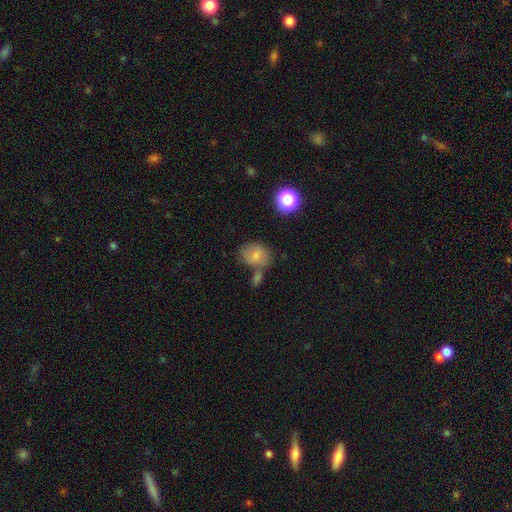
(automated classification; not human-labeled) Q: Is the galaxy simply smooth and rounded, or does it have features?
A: smooth — 77%.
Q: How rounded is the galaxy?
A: in between — 54%.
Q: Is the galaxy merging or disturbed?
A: none — 49%.